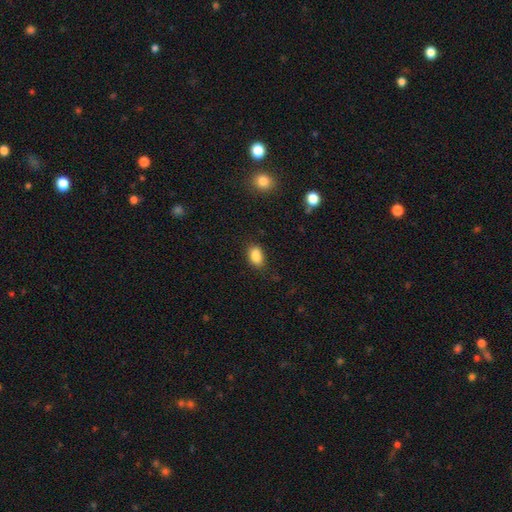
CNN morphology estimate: smooth-or-featured: smooth: 87% | star or artifact: 9% | featured or disk: 4%
  how-rounded: in between: 86% | round: 12% | cigar-shaped: 2%
  merging: none: 81% | minor disturbance: 15% | major disturbance: 3% | merger: 2%